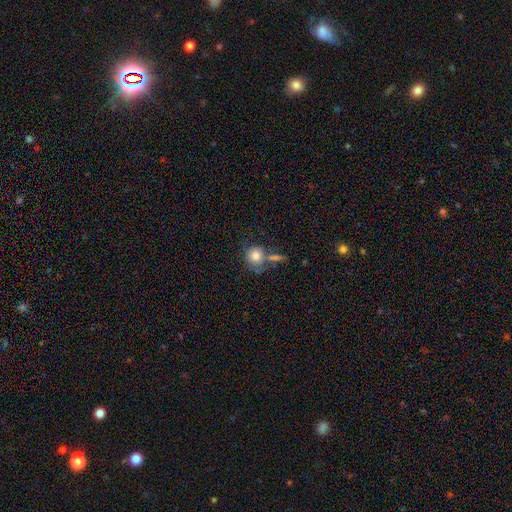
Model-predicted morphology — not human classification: The model was most divided on "merging": none: 50%, merger: 24%, minor disturbance: 17%, major disturbance: 9%. More confident: how rounded — round (82%); smooth or featured — smooth (79%).